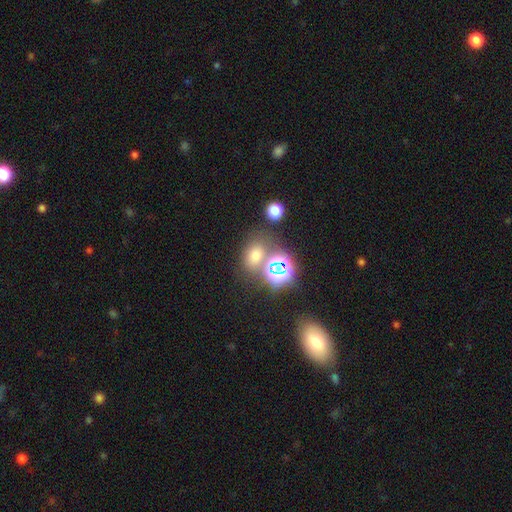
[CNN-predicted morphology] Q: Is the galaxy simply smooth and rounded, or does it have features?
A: smooth — 57%.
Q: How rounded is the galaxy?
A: in between — 59%.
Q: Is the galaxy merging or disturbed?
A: none — 62%.